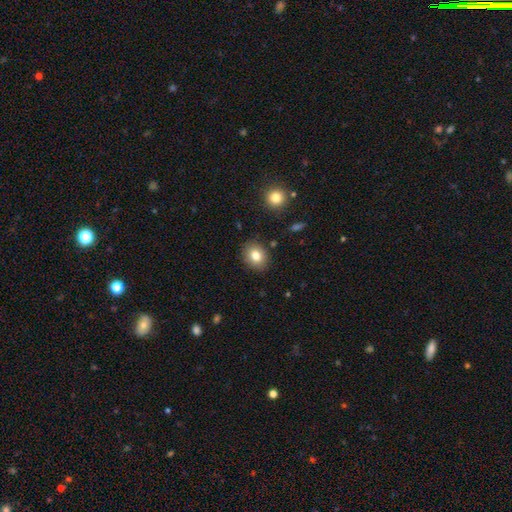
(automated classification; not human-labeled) The model was most divided on "how rounded": round: 56%, in between: 44%, cigar-shaped: 1%. More confident: merging — none (87%); smooth or featured — smooth (80%).